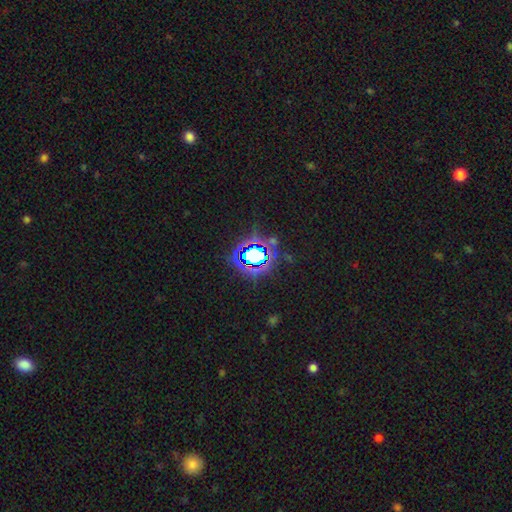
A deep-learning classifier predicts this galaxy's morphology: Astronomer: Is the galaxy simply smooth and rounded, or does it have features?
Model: star or artifact — 74%.